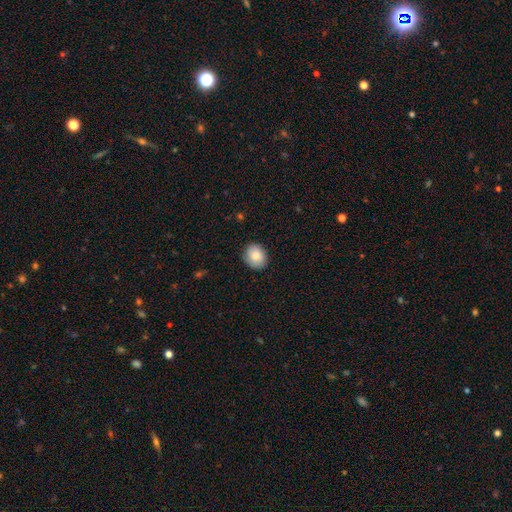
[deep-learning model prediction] Q: Smooth or featured?
A: smooth (84%); runner-up: featured or disk (9%)
Q: How rounded?
A: round (56%); runner-up: in between (44%)
Q: Merging?
A: none (86%); runner-up: minor disturbance (11%)